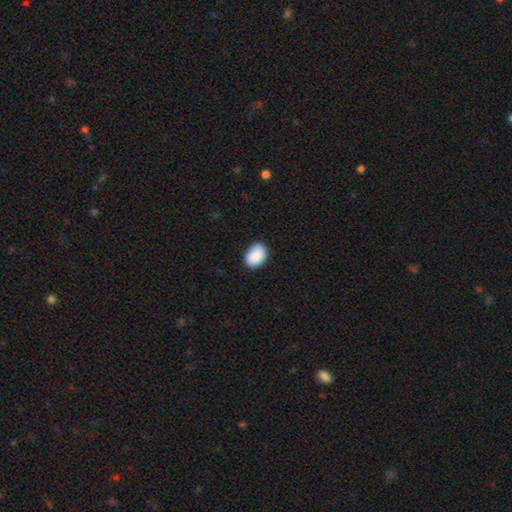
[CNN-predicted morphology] A smooth galaxy with no disk features (90%) that is in between round and cigar-shaped (78%). Merging: none (86%).